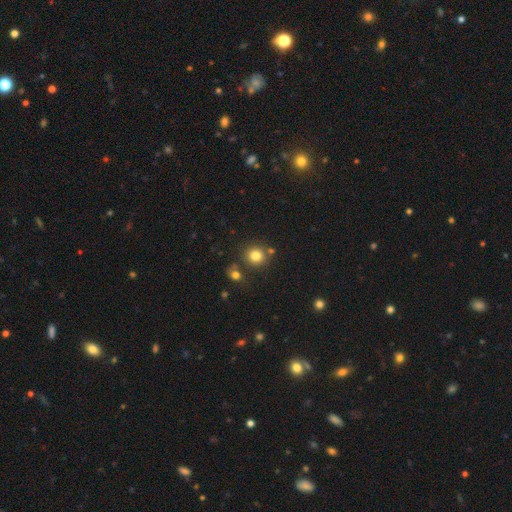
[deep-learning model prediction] Smooth or featured?
  - smooth: 81% *
  - star or artifact: 12%
  - featured or disk: 7%
How rounded?
  - round: 89% *
  - in between: 10%
  - cigar-shaped: 1%
Merging?
  - none: 76% *
  - merger: 12%
  - minor disturbance: 9%
  - major disturbance: 3%